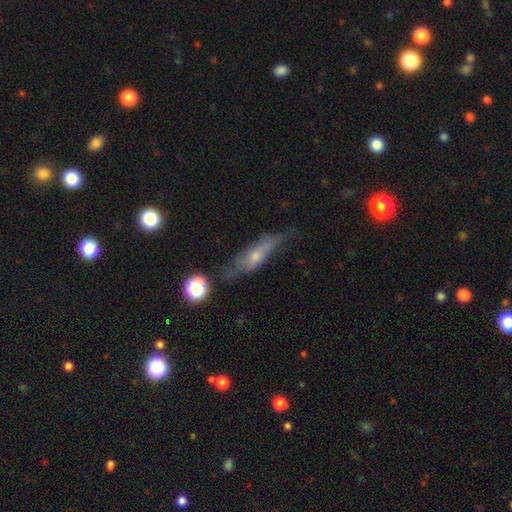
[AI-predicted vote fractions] Smooth or featured? featured or disk (47%)
Merging? none (51%)